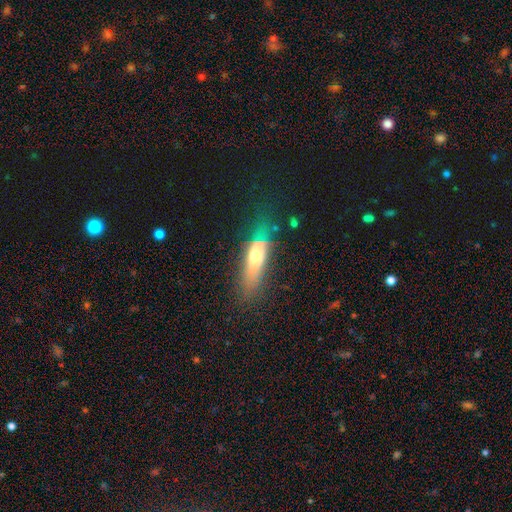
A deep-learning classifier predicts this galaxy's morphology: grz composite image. It shows a smooth galaxy with no disk features (53%) that is cigar-shaped (51%). Merging: none (56%).